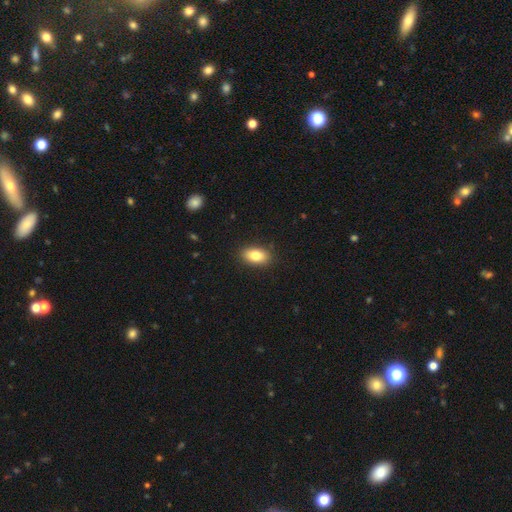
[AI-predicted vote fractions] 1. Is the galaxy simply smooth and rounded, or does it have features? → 81% smooth, 11% featured or disk, 8% star or artifact.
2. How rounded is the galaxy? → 89% in between, 7% round, 3% cigar-shaped.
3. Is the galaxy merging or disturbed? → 88% none, 9% minor disturbance, 2% major disturbance, 1% merger.